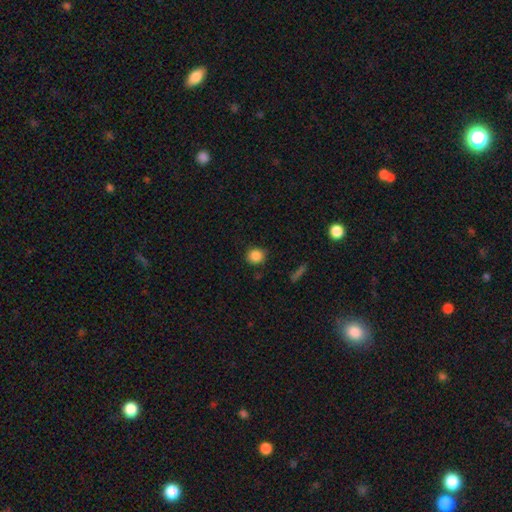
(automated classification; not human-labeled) The model was most divided on "how rounded": round: 87%, in between: 12%, cigar-shaped: 1%. More confident: merging — none (86%); smooth or featured — smooth (86%).